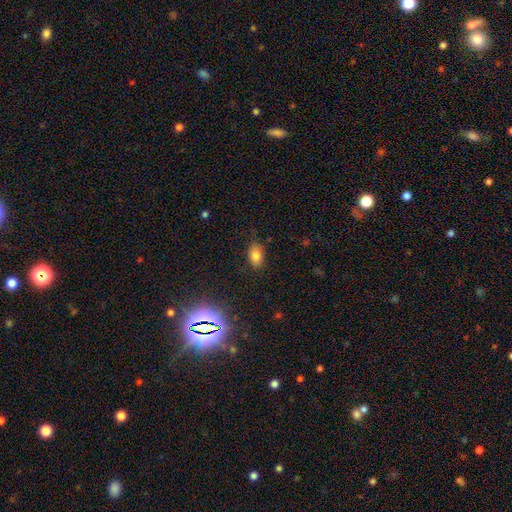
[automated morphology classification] A smooth galaxy with no disk features (78%) that is in between round and cigar-shaped (87%).

Vote fractions:
- Smooth or featured? smooth: 78% / star or artifact: 12% / featured or disk: 9%
- How rounded? in between: 87% / round: 11% / cigar-shaped: 2%
- Merging? none: 82% / minor disturbance: 14% / major disturbance: 3% / merger: 1%